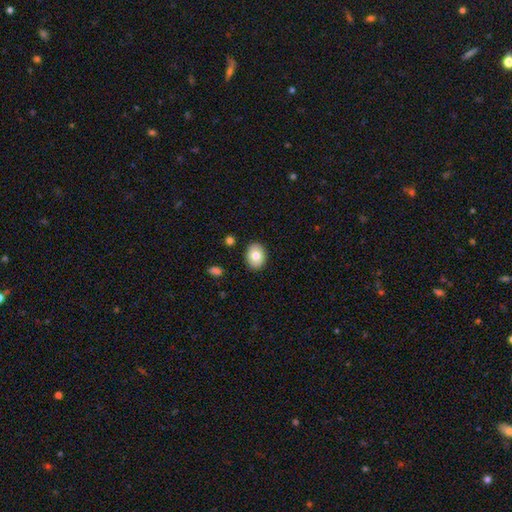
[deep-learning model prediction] A smooth galaxy with no disk features (79%) that is in between round and cigar-shaped (65%).

Vote fractions:
- Smooth or featured? smooth: 79% / featured or disk: 14% / star or artifact: 7%
- How rounded? in between: 65% / round: 34% / cigar-shaped: 1%
- Merging? none: 89% / minor disturbance: 8% / major disturbance: 2% / merger: 2%